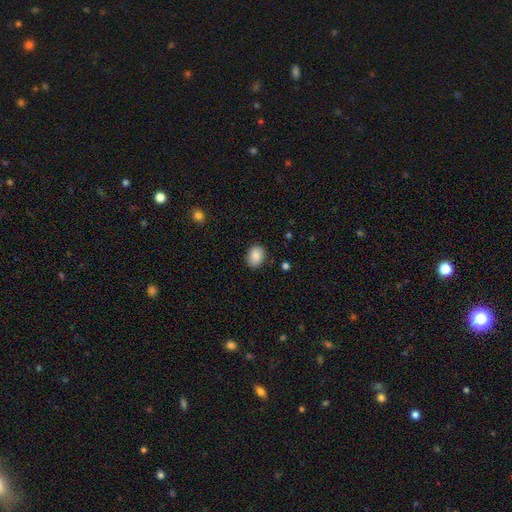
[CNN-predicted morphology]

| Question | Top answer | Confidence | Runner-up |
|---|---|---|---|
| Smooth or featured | smooth | 85% | star or artifact (8%) |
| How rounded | in between | 60% | round (39%) |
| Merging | none | 87% | minor disturbance (10%) |